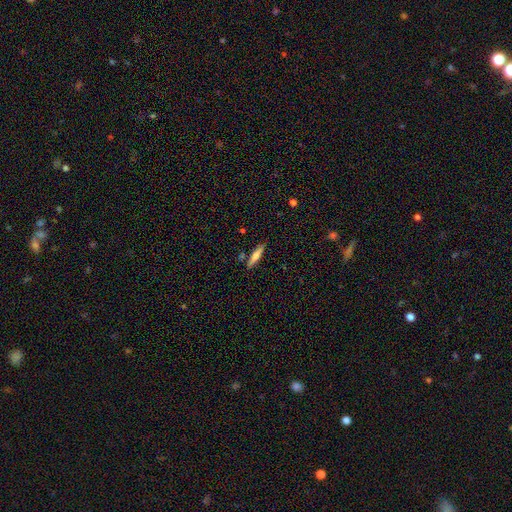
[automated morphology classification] Smooth or featured? smooth (59%)
How rounded? cigar-shaped (84%)
Merging? none (83%)